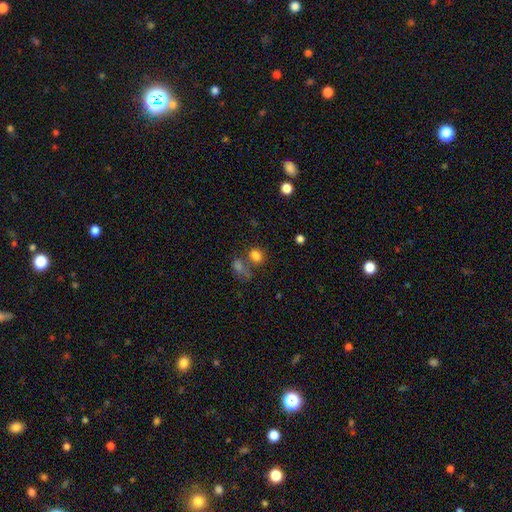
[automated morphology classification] A smooth galaxy with no disk features (78%) that is round (52%). Merging: none (51%).